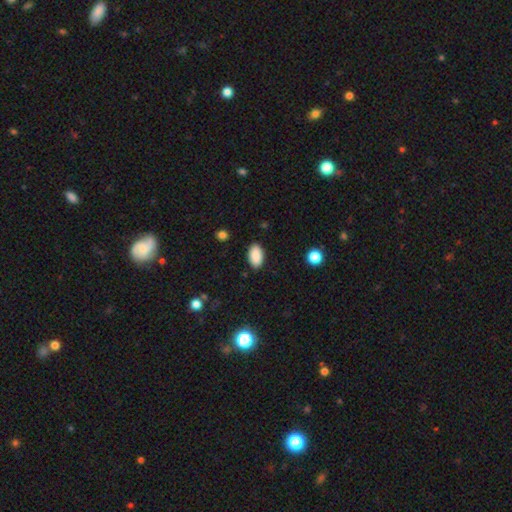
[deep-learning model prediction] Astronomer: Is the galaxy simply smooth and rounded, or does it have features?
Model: smooth — 90%.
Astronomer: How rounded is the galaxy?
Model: in between — 94%.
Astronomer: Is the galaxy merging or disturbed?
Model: none — 88%.